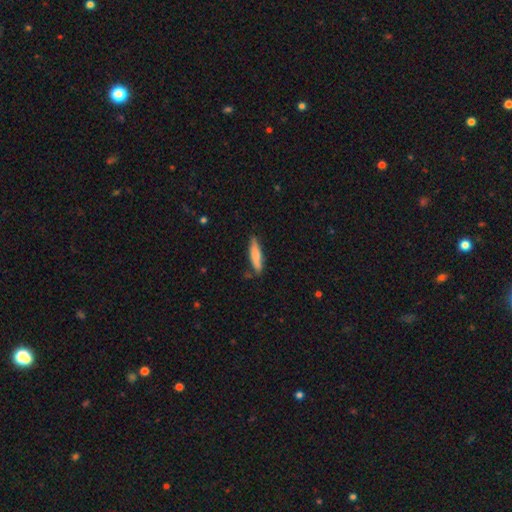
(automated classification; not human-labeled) Overall: smooth (69%). How rounded: cigar-shaped (81%). Merging: none (80%).